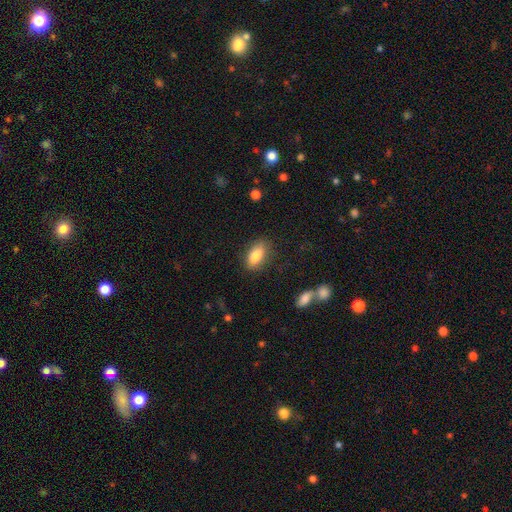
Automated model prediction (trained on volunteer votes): smooth 86%, featured or disk 7%, star or artifact 7%. Down the decision tree: how rounded — in between (89%); merging — none (83%).